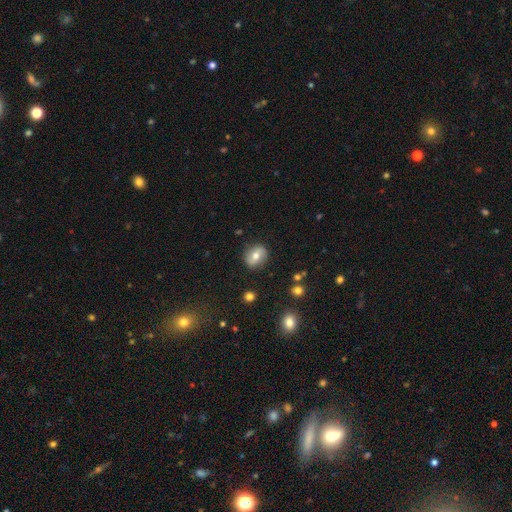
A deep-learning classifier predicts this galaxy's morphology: A smooth galaxy with no disk features (55%) that is round (58%). Merging: none (85%).